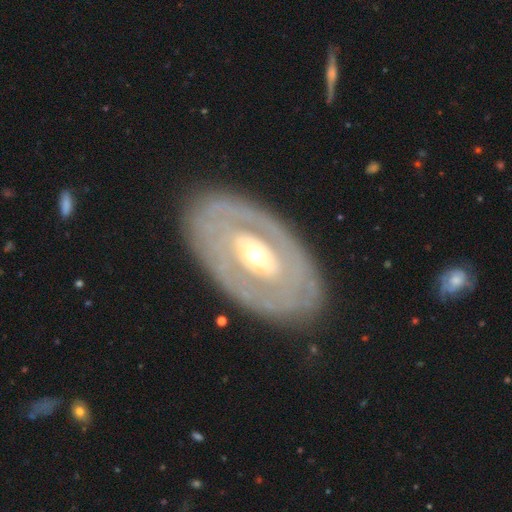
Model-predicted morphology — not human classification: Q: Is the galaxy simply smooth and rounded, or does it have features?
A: featured or disk — 77%.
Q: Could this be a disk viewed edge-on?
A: no — 92%.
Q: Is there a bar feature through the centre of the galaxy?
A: no — 60%.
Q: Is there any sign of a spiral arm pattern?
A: no — 56%.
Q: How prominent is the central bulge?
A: moderate — 58%.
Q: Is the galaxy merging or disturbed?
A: none — 82%.